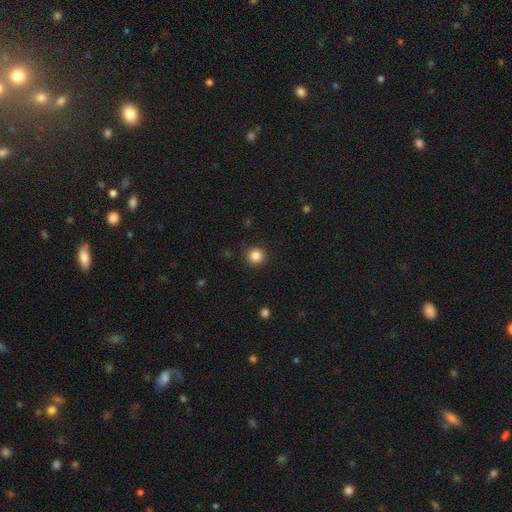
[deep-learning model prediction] This is clearly a smooth galaxy (85%). How rounded: clearly round (94%). Merging: clearly none (92%).